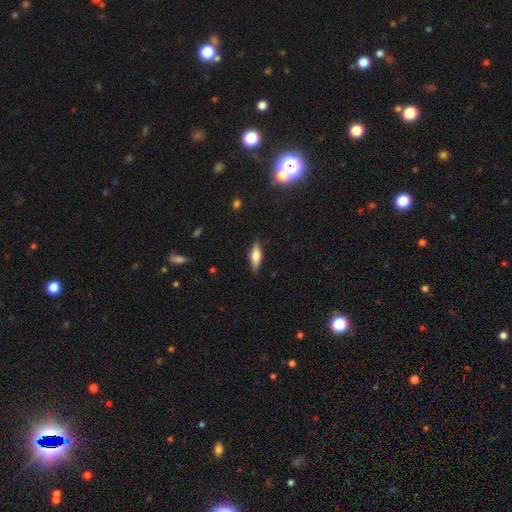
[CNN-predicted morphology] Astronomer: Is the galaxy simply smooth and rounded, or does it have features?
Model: smooth — 68%.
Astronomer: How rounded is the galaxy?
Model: in between — 56% (runner-up: cigar-shaped, 42%).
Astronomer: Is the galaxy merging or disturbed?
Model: none — 84%.